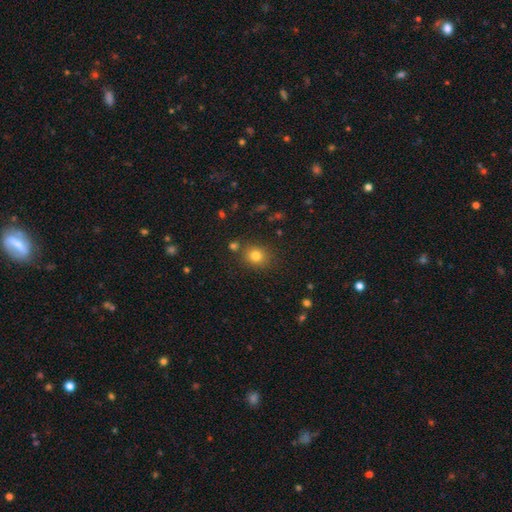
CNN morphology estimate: smooth_or_featured: smooth (p=0.79) [alt: star or artifact p=0.14]
how_rounded: round (p=0.73) [alt: in between p=0.26]
merging: none (p=0.79) [alt: minor disturbance p=0.11]